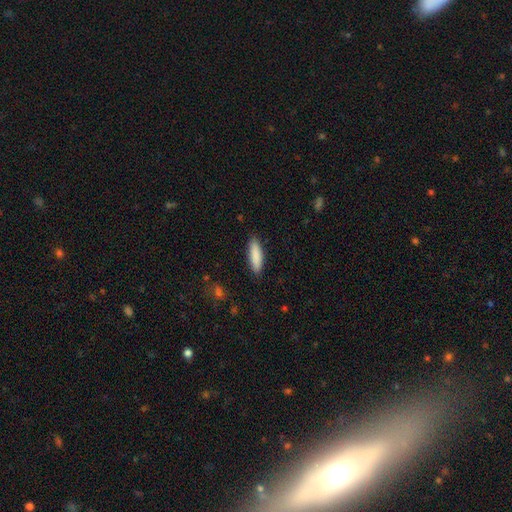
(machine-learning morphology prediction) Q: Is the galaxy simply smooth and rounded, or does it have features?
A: smooth — 87%.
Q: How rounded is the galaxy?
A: cigar-shaped — 63%.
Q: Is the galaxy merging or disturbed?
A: none — 89%.